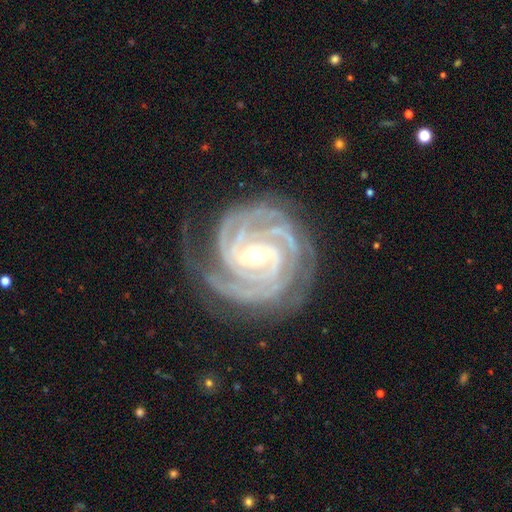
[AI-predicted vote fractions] Smooth or featured? featured or disk (94%)
Edge-on disk? no (98%)
Bar? weak (40%)
Spiral arms? yes (99%)
Spiral winding? tight (83%)
Spiral arm count? 3 (30%)
Bulge size? moderate (53%)
Merging? none (79%)